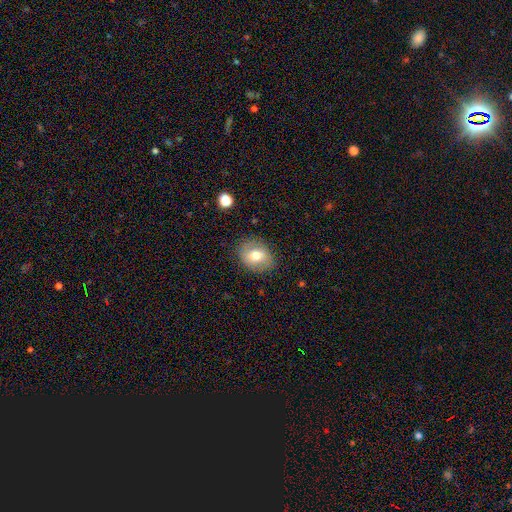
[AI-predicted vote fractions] Smooth or featured?
  - smooth: 66% *
  - featured or disk: 26%
  - star or artifact: 9%
How rounded?
  - in between: 50% *
  - round: 49%
  - cigar-shaped: 1%
Merging?
  - none: 80% *
  - minor disturbance: 15%
  - major disturbance: 4%
  - merger: 1%